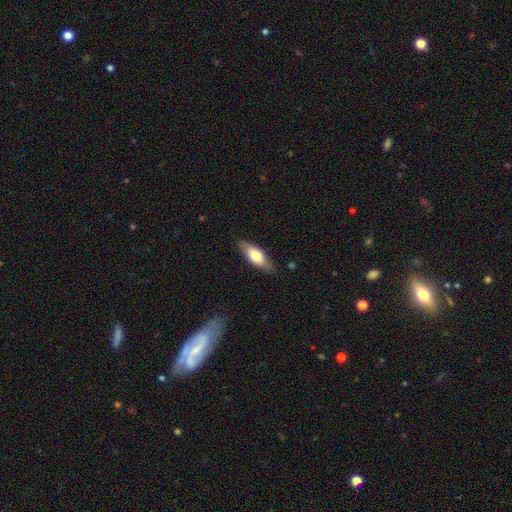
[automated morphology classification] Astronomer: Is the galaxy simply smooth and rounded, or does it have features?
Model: smooth — 68%.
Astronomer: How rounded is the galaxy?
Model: in between — 74%.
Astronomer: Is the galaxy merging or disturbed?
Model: none — 81%.